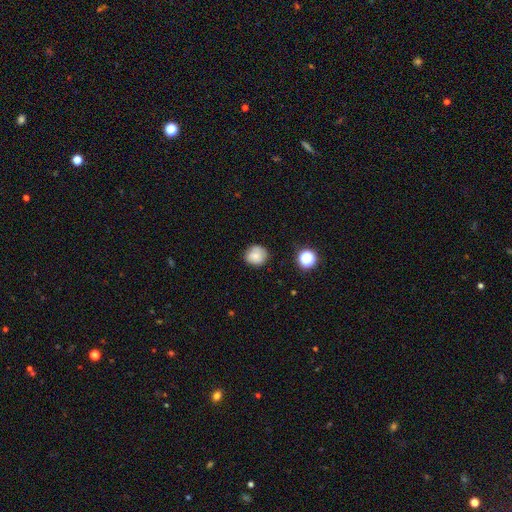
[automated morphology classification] A smooth galaxy with no disk features (77%) that is round (85%).

Vote fractions:
- Smooth or featured? smooth: 77% / featured or disk: 12% / star or artifact: 11%
- How rounded? round: 85% / in between: 14% / cigar-shaped: 1%
- Merging? none: 80% / minor disturbance: 15% / major disturbance: 3% / merger: 2%